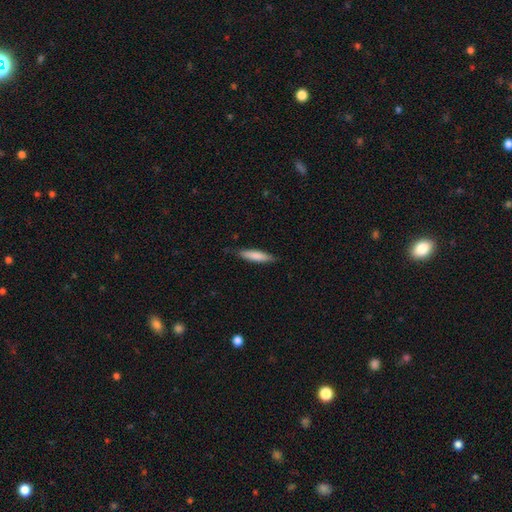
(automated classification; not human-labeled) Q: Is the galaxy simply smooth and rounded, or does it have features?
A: smooth — 77%.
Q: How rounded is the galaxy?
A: cigar-shaped — 80%.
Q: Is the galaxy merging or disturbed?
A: none — 83%.